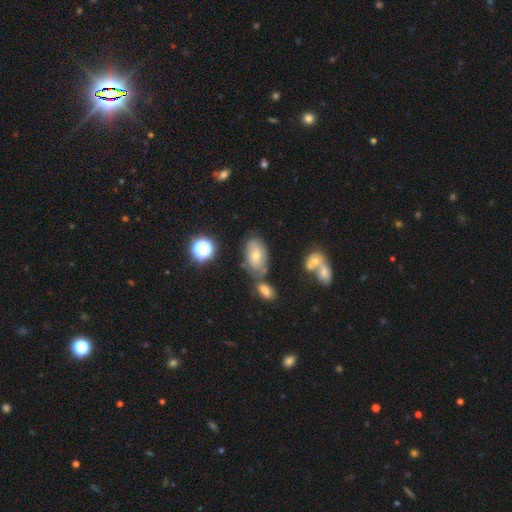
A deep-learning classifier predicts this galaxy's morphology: Smooth or featured? Predicted: smooth (p=0.58). How rounded? Predicted: in between (p=0.90). Merging? Predicted: none (p=0.58).